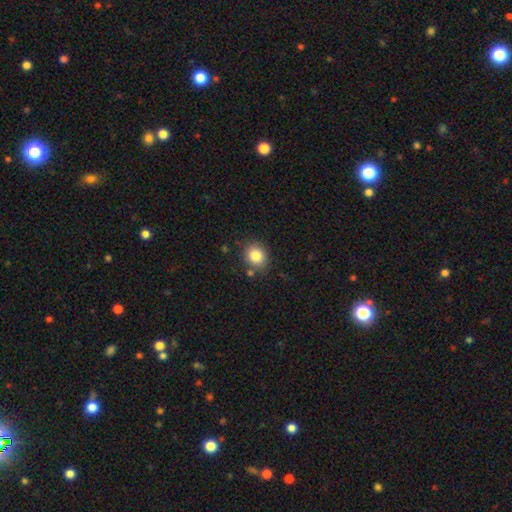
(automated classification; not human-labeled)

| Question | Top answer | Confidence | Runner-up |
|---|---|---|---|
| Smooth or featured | smooth | 84% | star or artifact (9%) |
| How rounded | round | 70% | in between (29%) |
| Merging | none | 82% | minor disturbance (11%) |